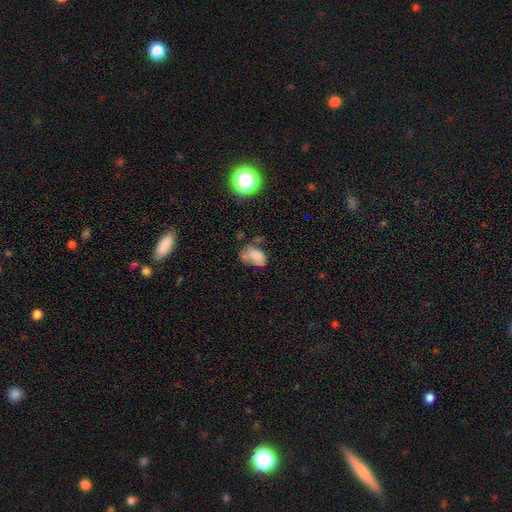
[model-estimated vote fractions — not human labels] Morphology: type=smooth (70%); roundness=in between (83%); merging=none (33%).